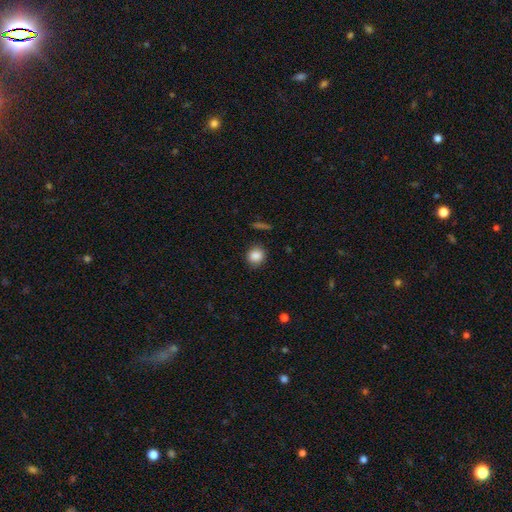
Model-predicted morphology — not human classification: This appears to be a smooth galaxy with no disk features (86%) that is round (83%). Merging: none (88%).